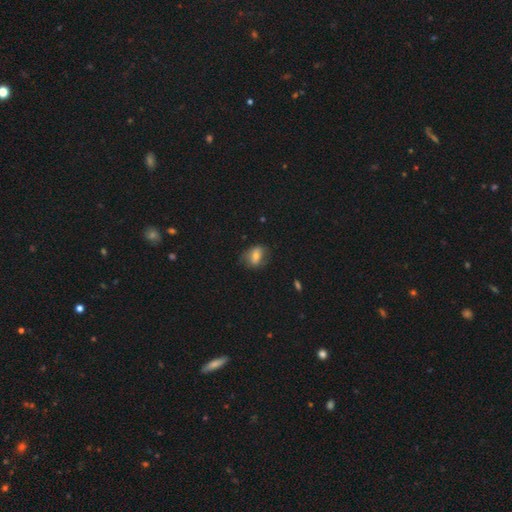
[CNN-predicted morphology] smooth_or_featured: smooth (p=0.65) [alt: featured or disk p=0.25]
how_rounded: in between (p=0.70) [alt: round p=0.27]
merging: none (p=0.66) [alt: minor disturbance p=0.23]